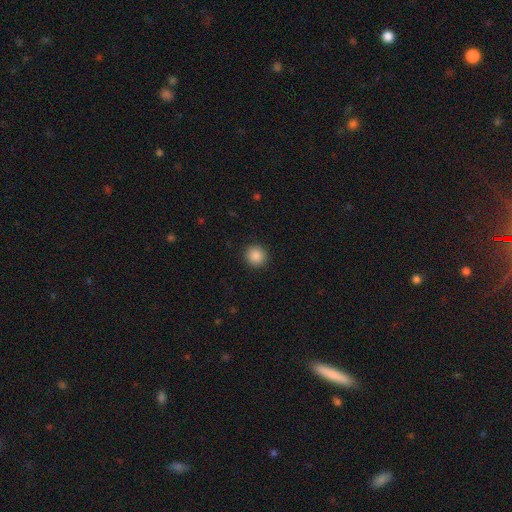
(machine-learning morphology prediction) Overall: smooth (87%). How rounded: round (94%). Merging: none (92%).